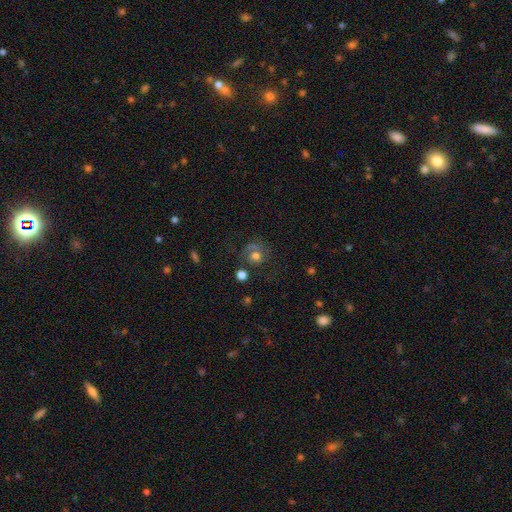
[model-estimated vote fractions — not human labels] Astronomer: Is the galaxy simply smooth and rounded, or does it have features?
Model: smooth — 56%.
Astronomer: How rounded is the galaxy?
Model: round — 81%.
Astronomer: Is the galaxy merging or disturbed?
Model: none — 53%.